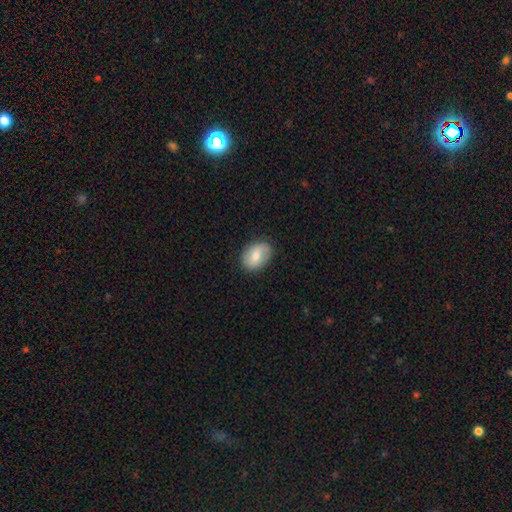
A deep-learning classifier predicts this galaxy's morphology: Overall: smooth (74%). How rounded: in between (80%). Merging: none (84%).